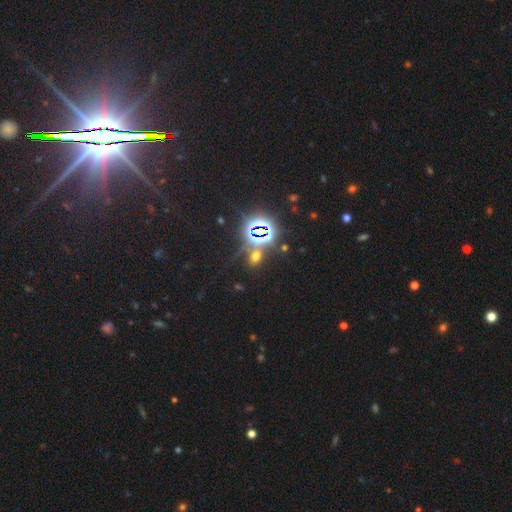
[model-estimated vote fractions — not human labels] Morphology: type=star or artifact (54%).